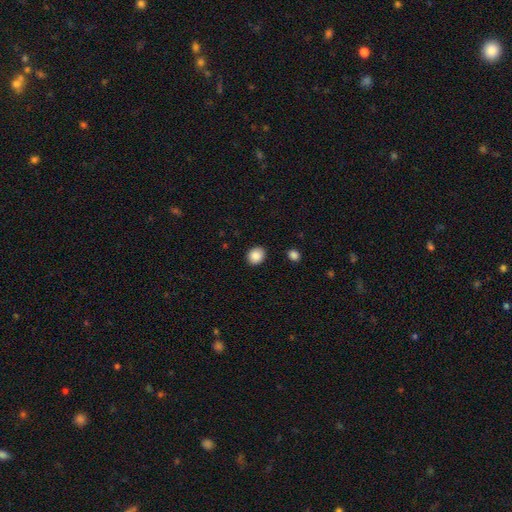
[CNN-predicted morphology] smooth 88%, star or artifact 8%, featured or disk 4%. Down the decision tree: how rounded — round (67%); merging — none (89%).